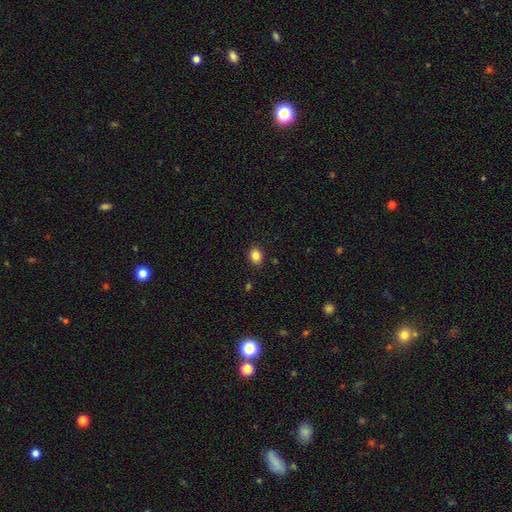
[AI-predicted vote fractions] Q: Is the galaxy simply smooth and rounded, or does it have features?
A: smooth — 85%.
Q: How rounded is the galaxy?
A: round — 56%.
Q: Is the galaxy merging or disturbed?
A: none — 90%.